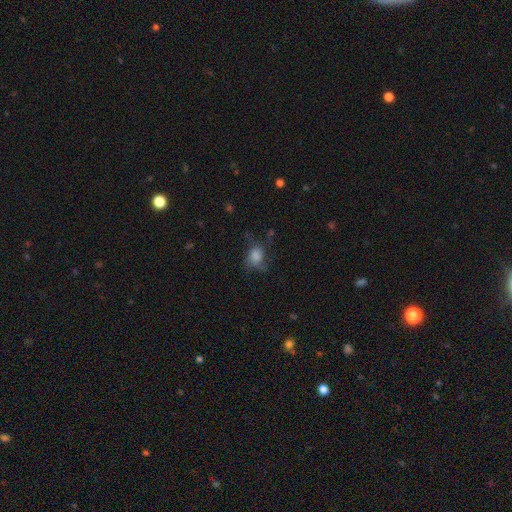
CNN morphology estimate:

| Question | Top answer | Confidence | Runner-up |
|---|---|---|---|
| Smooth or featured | smooth | 64% | featured or disk (21%) |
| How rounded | in between | 50% | round (49%) |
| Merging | none | 48% | minor disturbance (25%) |